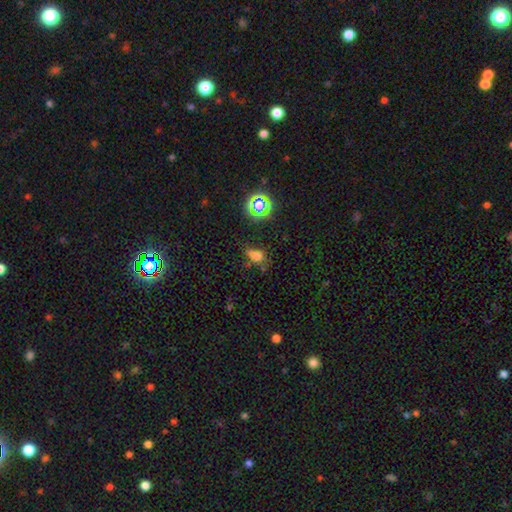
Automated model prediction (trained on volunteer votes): Morphology: type=smooth (66%); roundness=in between (73%); merging=none (49%).